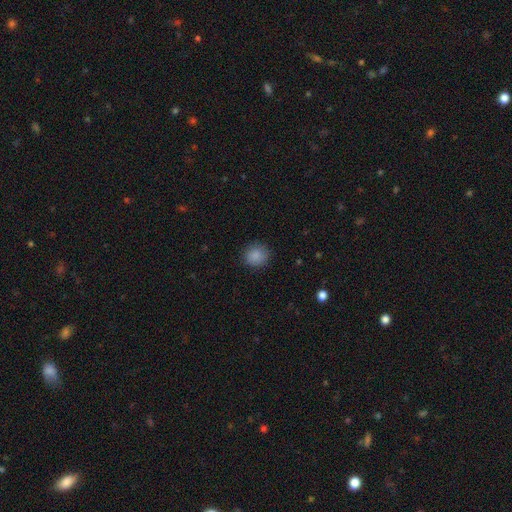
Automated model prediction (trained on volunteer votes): This is clearly a smooth galaxy (87%). How rounded: clearly round (86%). Merging: clearly none (85%).